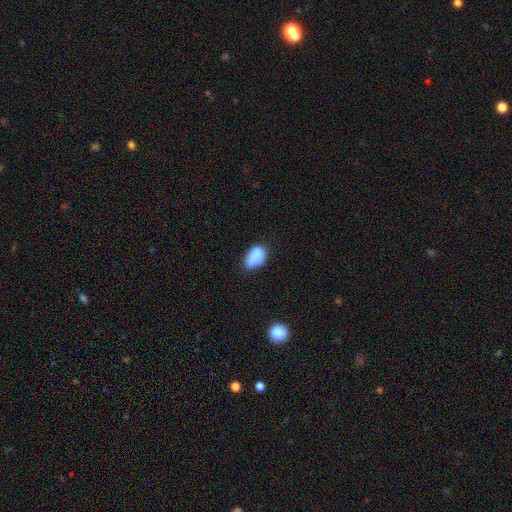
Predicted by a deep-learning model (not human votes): A smooth galaxy with no disk features (82%) that is in between round and cigar-shaped (88%). Merging: none (53%).